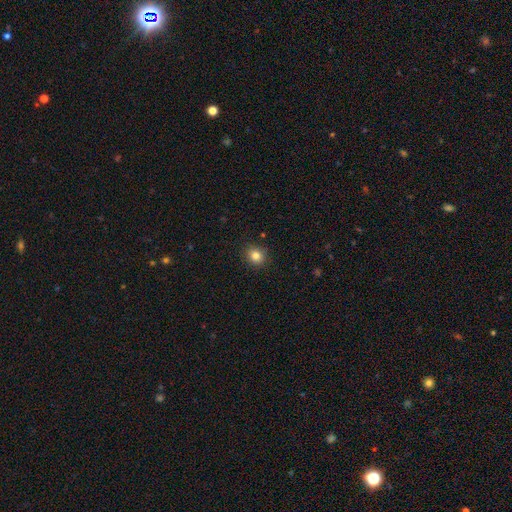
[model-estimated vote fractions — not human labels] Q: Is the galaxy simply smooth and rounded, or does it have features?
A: smooth — 83%.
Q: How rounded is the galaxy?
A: round — 84%.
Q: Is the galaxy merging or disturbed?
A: none — 90%.